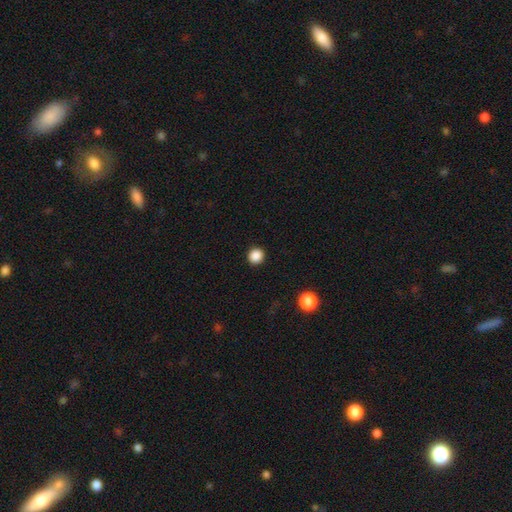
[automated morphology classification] Smooth or featured: smooth — 87% (star or artifact — 11%)
How rounded: round — 94% (in between — 5%)
Merging: none — 93% (minor disturbance — 4%)